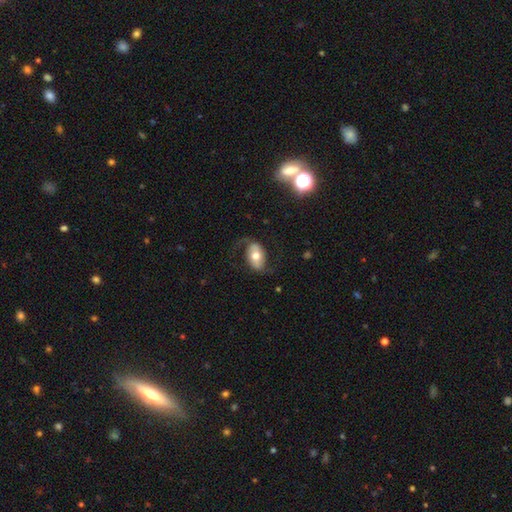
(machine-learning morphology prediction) featured or disk 59%, smooth 34%, star or artifact 7%. Down the decision tree: edge-on disk — no (94%); bar — no (48%); spiral arms — yes (80%); bulge size — moderate (70%); merging — none (67%).